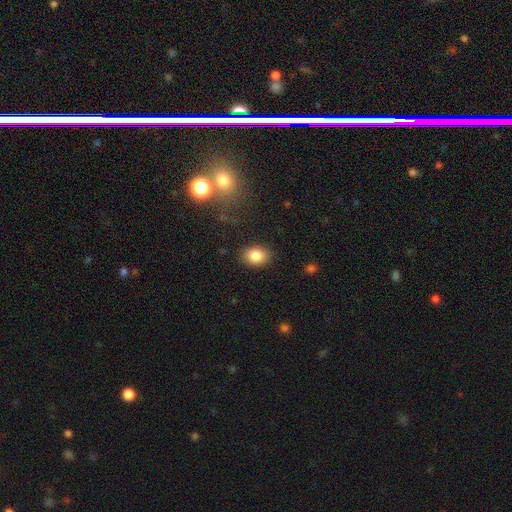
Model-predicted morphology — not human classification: This appears to be a smooth galaxy with no disk features (85%) that is in between round and cigar-shaped (63%). Merging: none (87%).